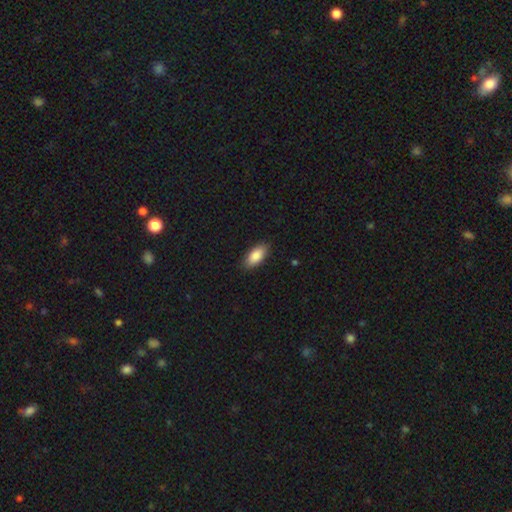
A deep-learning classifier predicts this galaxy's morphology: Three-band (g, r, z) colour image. It shows a smooth galaxy with no disk features (87%) that is in between round and cigar-shaped (90%). Merging: none (87%).